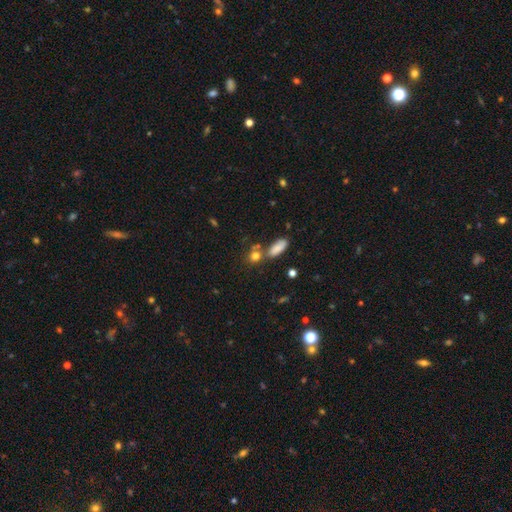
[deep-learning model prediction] Morphology: type=smooth (77%); roundness=round (63%); merging=none (59%).